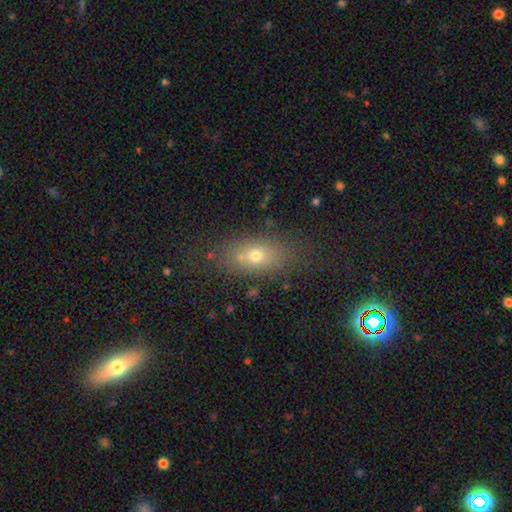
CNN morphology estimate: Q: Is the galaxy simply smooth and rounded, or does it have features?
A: smooth — 63%.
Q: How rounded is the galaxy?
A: in between — 75%.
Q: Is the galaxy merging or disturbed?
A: none — 75%.